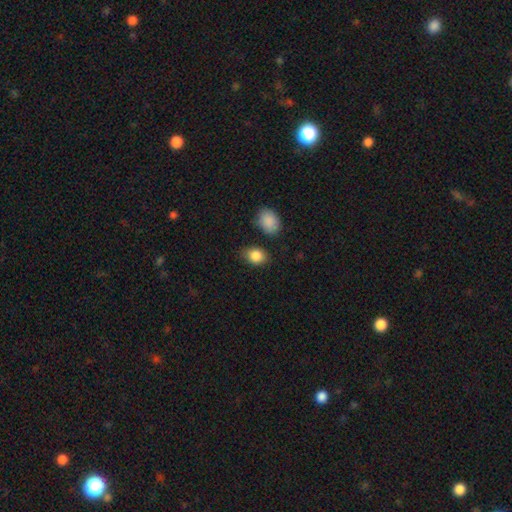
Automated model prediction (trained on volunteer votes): Q: Smooth or featured?
A: smooth (87%); runner-up: star or artifact (8%)
Q: How rounded?
A: in between (69%); runner-up: round (30%)
Q: Merging?
A: none (75%); runner-up: minor disturbance (16%)